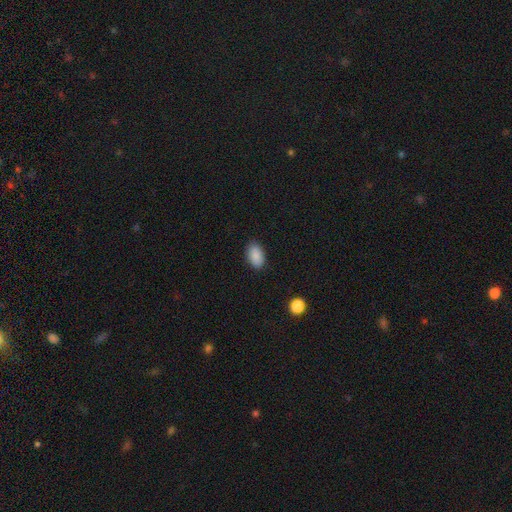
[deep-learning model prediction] A smooth galaxy with no disk features (89%) that is in between round and cigar-shaped (93%).

Vote fractions:
- Smooth or featured? smooth: 89% / star or artifact: 7% / featured or disk: 4%
- How rounded? in between: 93% / round: 6% / cigar-shaped: 1%
- Merging? none: 87% / minor disturbance: 10% / major disturbance: 2% / merger: 1%